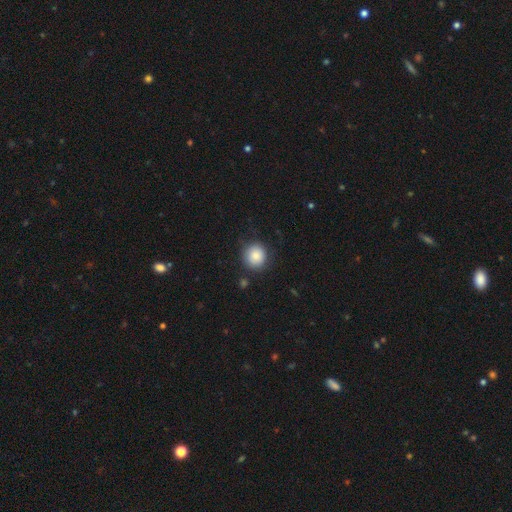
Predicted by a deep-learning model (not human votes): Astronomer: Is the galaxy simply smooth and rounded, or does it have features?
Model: smooth — 84%.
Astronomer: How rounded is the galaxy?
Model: round — 90%.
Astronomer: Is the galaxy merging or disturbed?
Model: none — 83%.